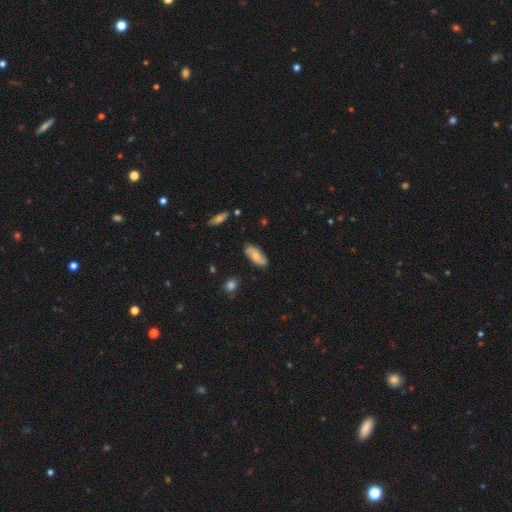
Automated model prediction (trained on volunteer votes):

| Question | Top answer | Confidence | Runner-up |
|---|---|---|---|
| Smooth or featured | smooth | 58% | featured or disk (35%) |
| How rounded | in between | 81% | cigar-shaped (15%) |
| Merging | none | 80% | minor disturbance (16%) |